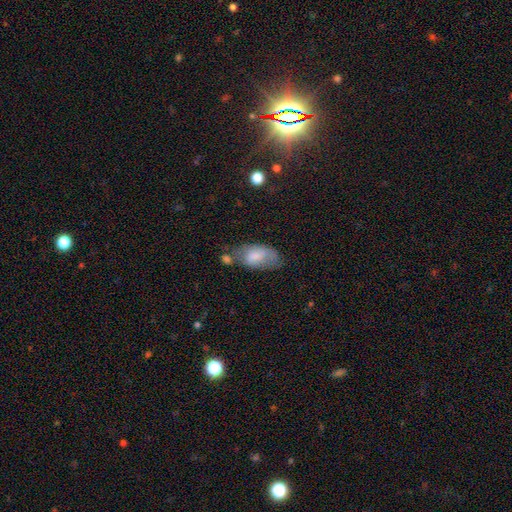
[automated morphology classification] smooth-or-featured: smooth: 70% | featured or disk: 23% | star or artifact: 7%
  how-rounded: in between: 92% | cigar-shaped: 5% | round: 4%
  merging: none: 38% | minor disturbance: 31% | merger: 16% | major disturbance: 15%